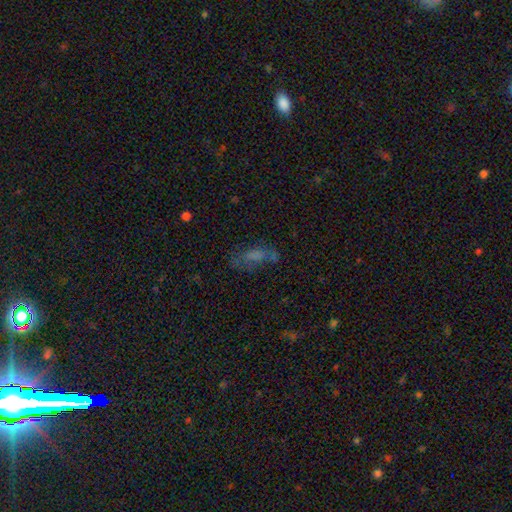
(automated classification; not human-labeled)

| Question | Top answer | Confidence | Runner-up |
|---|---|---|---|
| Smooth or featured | smooth | 51% | featured or disk (26%) |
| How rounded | in between | 64% | cigar-shaped (30%) |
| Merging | none | 52% | minor disturbance (21%) |